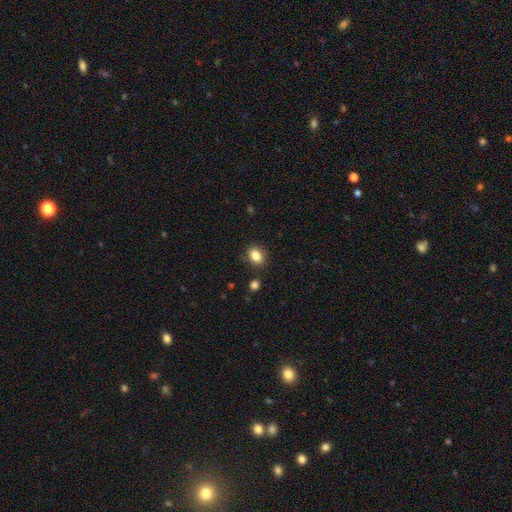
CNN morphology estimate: Smooth or featured? smooth (84%)
How rounded? in between (63%)
Merging? none (85%)